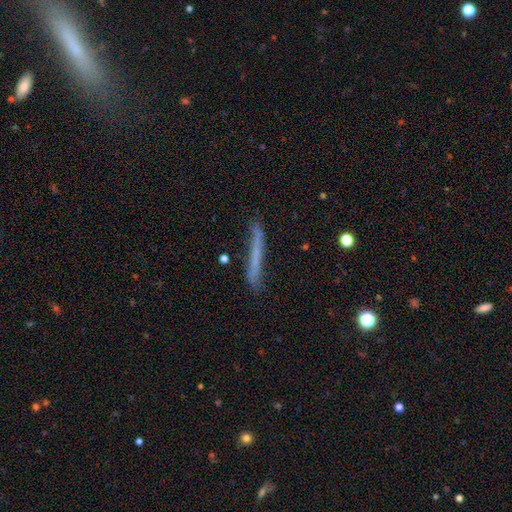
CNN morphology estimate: type=smooth (52%); roundness=cigar-shaped (96%); merging=none (76%).